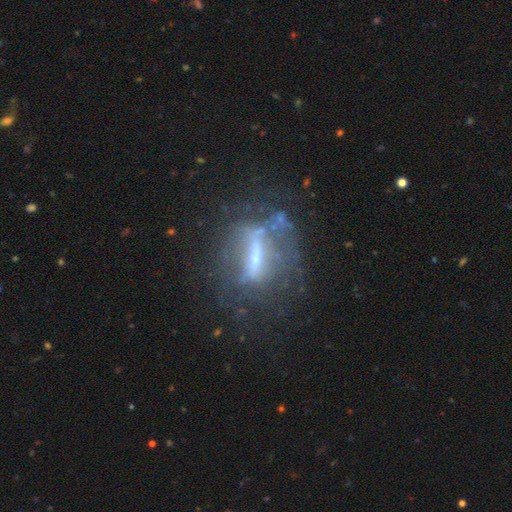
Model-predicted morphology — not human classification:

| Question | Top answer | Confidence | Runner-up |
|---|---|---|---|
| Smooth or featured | featured or disk | 67% | smooth (20%) |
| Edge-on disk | no | 74% | yes (26%) |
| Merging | none | 50% | major disturbance (25%) |